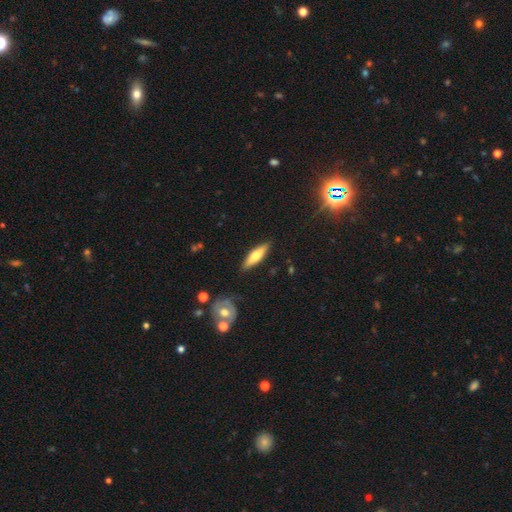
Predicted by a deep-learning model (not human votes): Overall: smooth (57%; featured or disk 37%). How rounded: cigar-shaped (65%; in between 33%). Merging: none (86%).